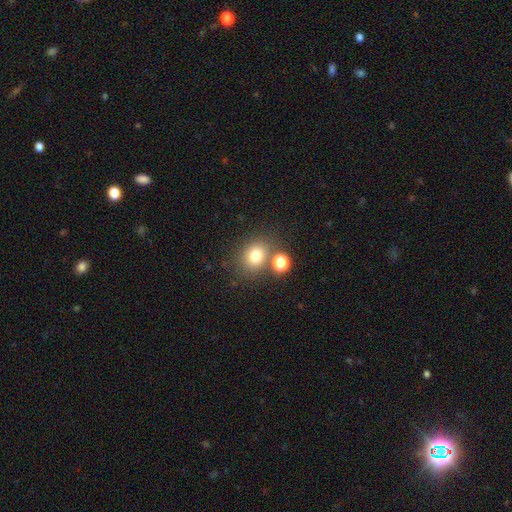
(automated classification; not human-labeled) smooth-or-featured: smooth: 76% | star or artifact: 15% | featured or disk: 9%
  how-rounded: round: 67% | in between: 32% | cigar-shaped: 1%
  merging: none: 70% | merger: 15% | minor disturbance: 11% | major disturbance: 4%